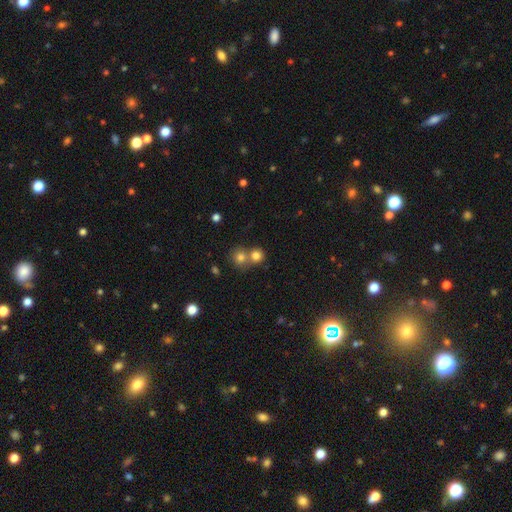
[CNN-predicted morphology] smooth-or-featured: smooth: 79% | star or artifact: 13% | featured or disk: 8%
  how-rounded: round: 87% | in between: 12% | cigar-shaped: 1%
  merging: none: 48% | merger: 44% | minor disturbance: 6% | major disturbance: 3%